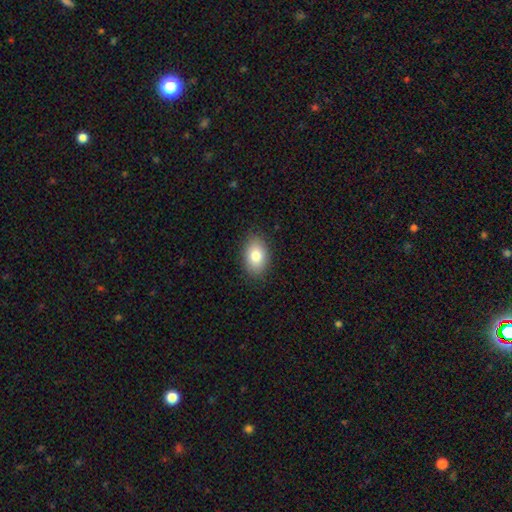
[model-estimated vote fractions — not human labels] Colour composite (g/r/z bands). It shows a smooth galaxy with no disk features (81%) that is in between round and cigar-shaped (88%). Merging: none (86%).